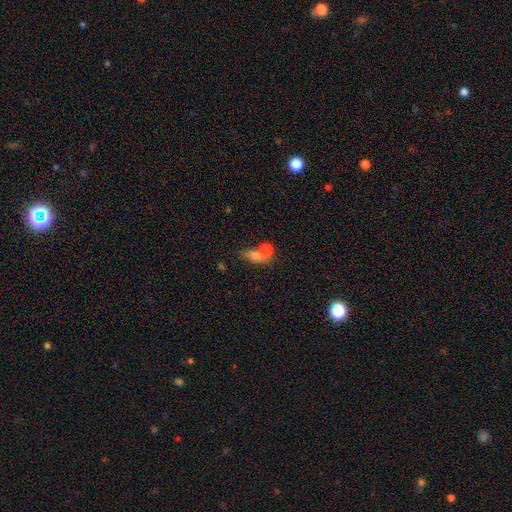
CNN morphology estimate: Smooth or featured? Predicted: smooth (p=0.71). How rounded? Predicted: in between (p=0.50). Merging? Predicted: merger (p=0.50).